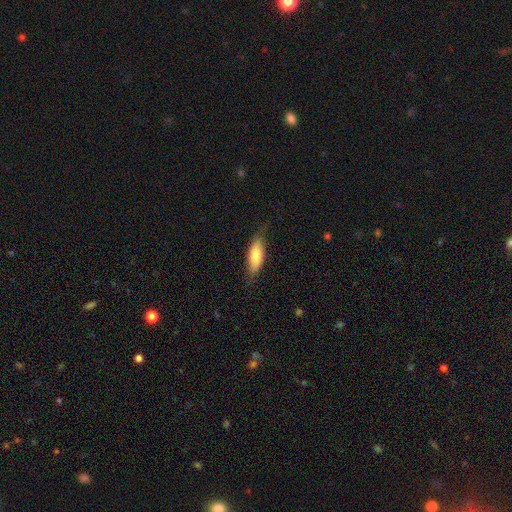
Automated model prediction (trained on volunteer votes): Q: Smooth or featured?
A: smooth (76%); runner-up: featured or disk (18%)
Q: How rounded?
A: in between (71%); runner-up: cigar-shaped (27%)
Q: Merging?
A: none (73%); runner-up: minor disturbance (21%)